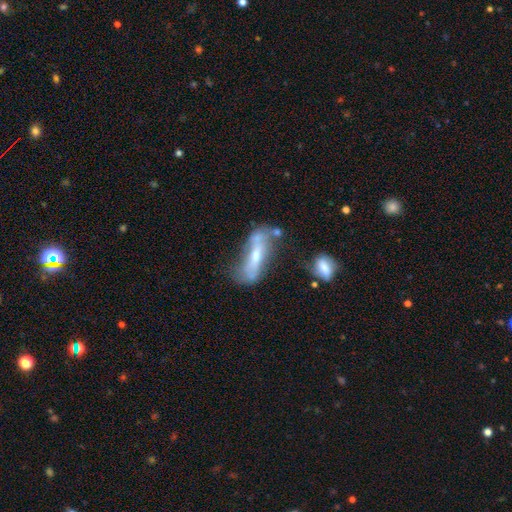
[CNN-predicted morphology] Overall: featured or disk (65%; smooth 27%). Edge-on disk: no (72%). Merging: none (41%; minor disturbance 26%).